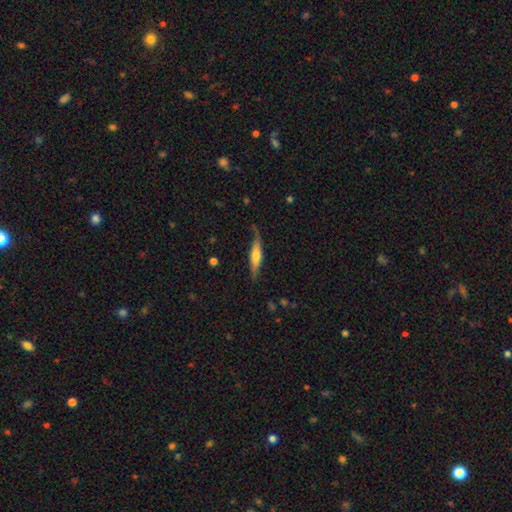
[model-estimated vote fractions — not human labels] A featured or disk galaxy (49%). Merging: none (68%).